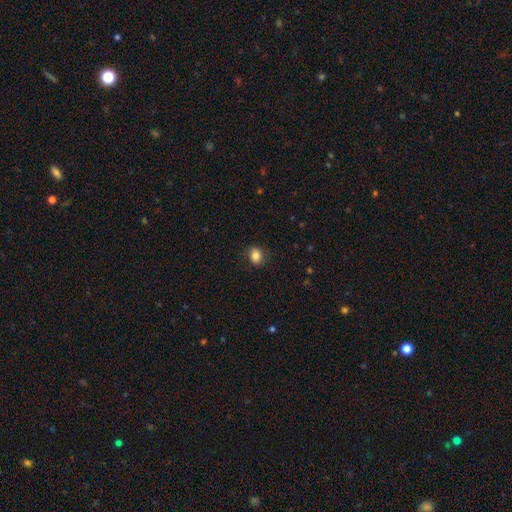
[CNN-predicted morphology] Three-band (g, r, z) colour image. It shows a smooth galaxy with no disk features (84%) that is round (58%). Merging: none (85%).